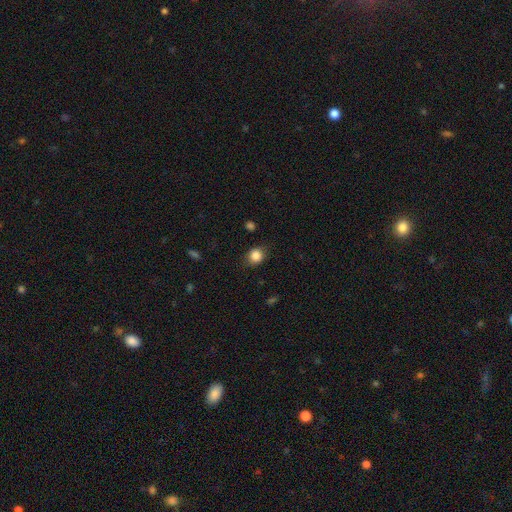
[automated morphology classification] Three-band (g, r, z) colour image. It shows a smooth galaxy with no disk features (85%) that is round (72%). Merging: none (81%).